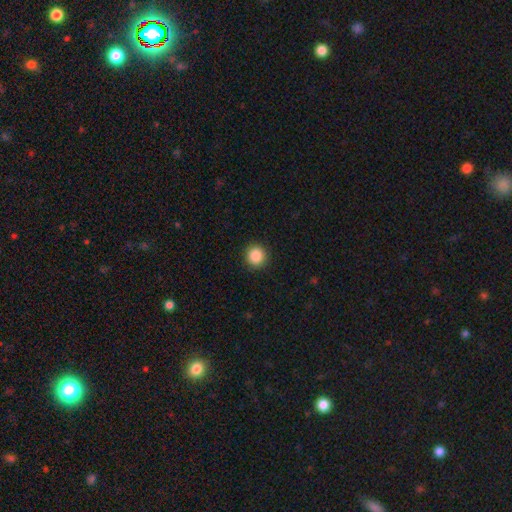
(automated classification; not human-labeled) Overall: smooth (88%). How rounded: round (93%). Merging: none (92%).